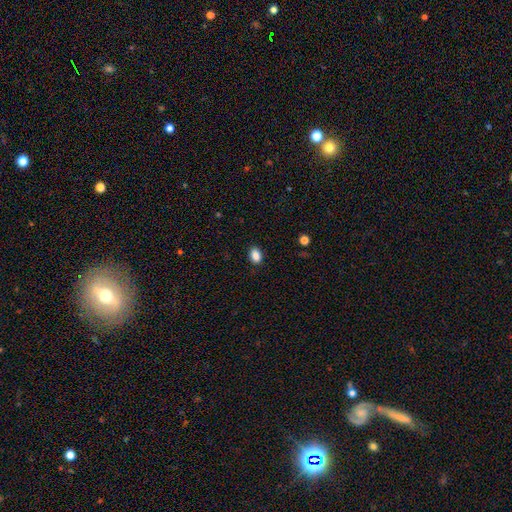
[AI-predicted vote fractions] This appears to be a smooth galaxy with no disk features (88%) that is in between round and cigar-shaped (80%). Merging: none (88%).